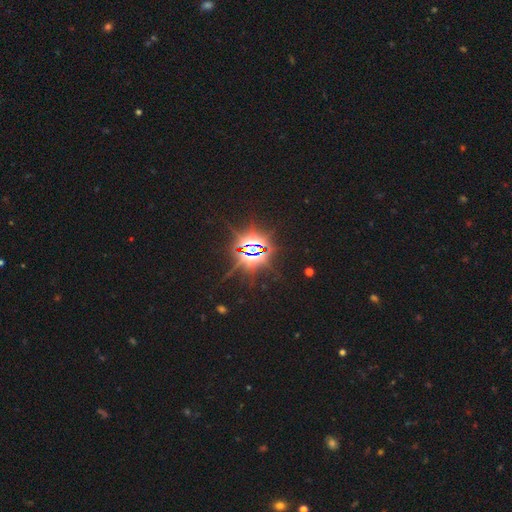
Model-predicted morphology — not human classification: Smooth or featured: star or artifact — 85% (featured or disk — 8%)